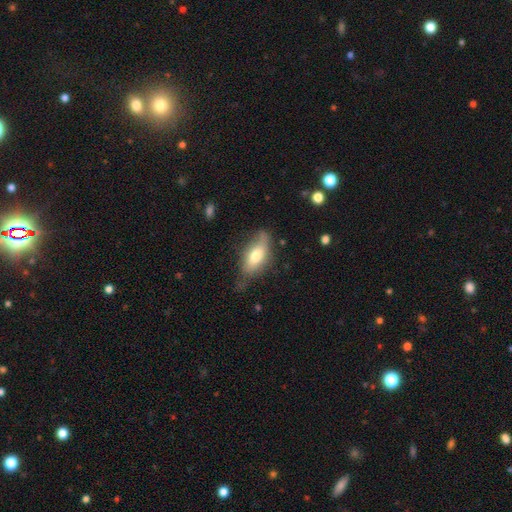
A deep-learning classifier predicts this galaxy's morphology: Smooth or featured?
  - smooth: 63% *
  - featured or disk: 31%
  - star or artifact: 7%
How rounded?
  - in between: 79% *
  - cigar-shaped: 18%
  - round: 4%
Merging?
  - none: 48% *
  - minor disturbance: 35%
  - major disturbance: 15%
  - merger: 3%